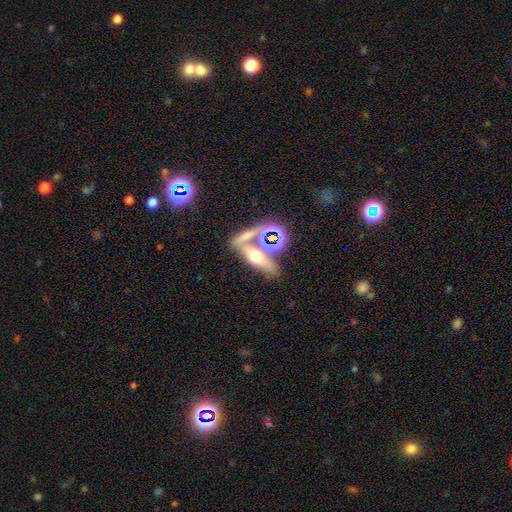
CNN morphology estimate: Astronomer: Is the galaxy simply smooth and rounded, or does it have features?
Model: smooth — 45% (runner-up: featured or disk, 35%).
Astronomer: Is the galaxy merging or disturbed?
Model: none — 48% (runner-up: merger, 35%).